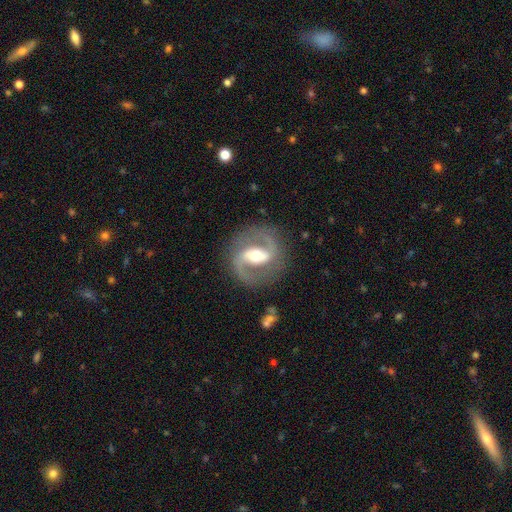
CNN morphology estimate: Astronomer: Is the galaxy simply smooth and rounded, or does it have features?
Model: featured or disk — 88%.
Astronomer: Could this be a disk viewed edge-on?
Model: no — 97%.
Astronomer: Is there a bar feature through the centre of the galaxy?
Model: strong — 46% (runner-up: weak, 37%).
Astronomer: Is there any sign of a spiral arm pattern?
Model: yes — 94%.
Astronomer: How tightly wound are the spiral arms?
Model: medium — 59%.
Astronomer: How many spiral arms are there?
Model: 2 — 92%.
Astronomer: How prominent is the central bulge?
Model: moderate — 68%.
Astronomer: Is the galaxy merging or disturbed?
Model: none — 84%.